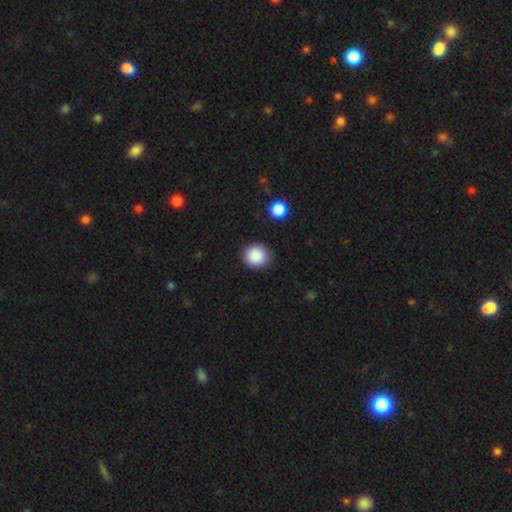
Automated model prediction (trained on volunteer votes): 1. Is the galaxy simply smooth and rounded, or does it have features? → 87% smooth, 9% star or artifact, 4% featured or disk.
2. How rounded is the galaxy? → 83% round, 17% in between, 1% cigar-shaped.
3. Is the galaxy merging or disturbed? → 86% none, 10% minor disturbance, 2% major disturbance, 2% merger.